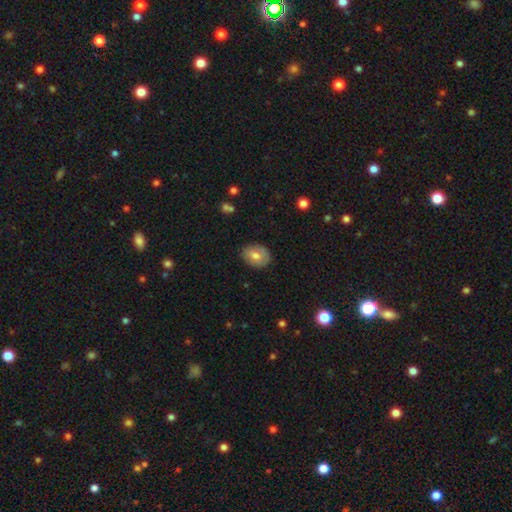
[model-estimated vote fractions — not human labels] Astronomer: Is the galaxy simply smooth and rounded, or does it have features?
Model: smooth — 69%.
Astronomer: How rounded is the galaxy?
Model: in between — 64%.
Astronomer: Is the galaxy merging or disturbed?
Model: none — 81%.